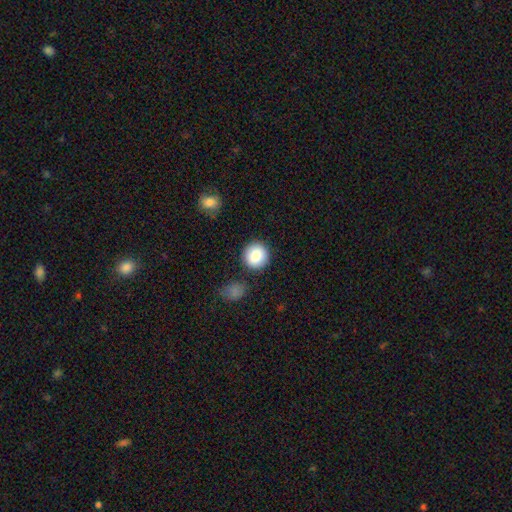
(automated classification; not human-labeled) The model was most divided on "smooth or featured": smooth: 86%, star or artifact: 8%, featured or disk: 6%. More confident: how rounded — round (93%); merging — none (86%).